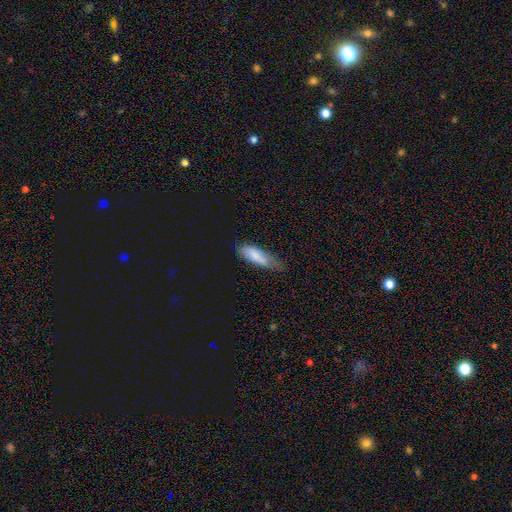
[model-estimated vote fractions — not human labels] Smooth or featured?
  - smooth: 81% *
  - featured or disk: 12%
  - star or artifact: 6%
How rounded?
  - in between: 56% *
  - cigar-shaped: 42%
  - round: 2%
Merging?
  - none: 45% *
  - minor disturbance: 41%
  - major disturbance: 13%
  - merger: 2%